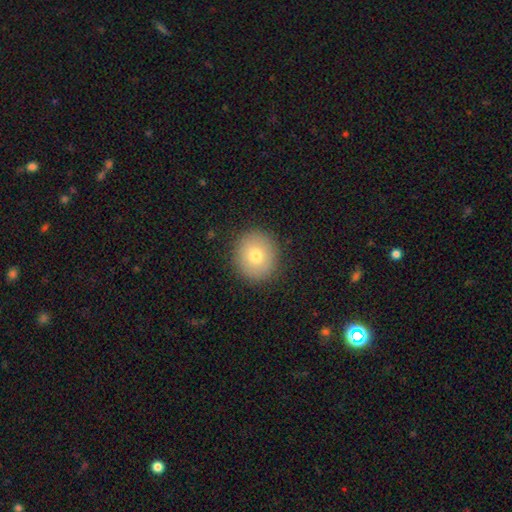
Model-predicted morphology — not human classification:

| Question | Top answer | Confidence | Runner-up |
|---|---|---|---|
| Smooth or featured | smooth | 75% | featured or disk (15%) |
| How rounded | round | 88% | in between (11%) |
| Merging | none | 90% | minor disturbance (7%) |